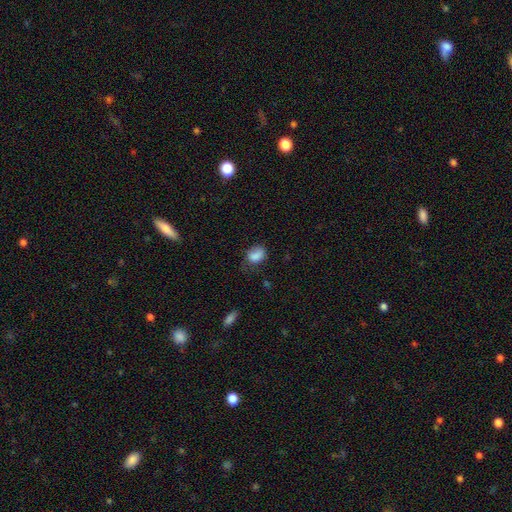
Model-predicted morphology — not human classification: A smooth galaxy with no disk features (84%) that is in between round and cigar-shaped (64%).

Vote fractions:
- Smooth or featured? smooth: 84% / star or artifact: 9% / featured or disk: 7%
- How rounded? in between: 64% / round: 35% / cigar-shaped: 1%
- Merging? none: 53% / minor disturbance: 32% / major disturbance: 13% / merger: 2%